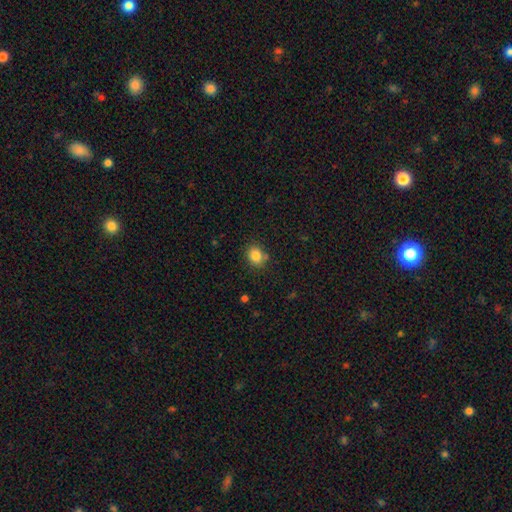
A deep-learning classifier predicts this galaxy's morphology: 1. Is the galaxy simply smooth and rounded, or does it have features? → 84% smooth, 10% star or artifact, 6% featured or disk.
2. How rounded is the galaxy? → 60% round, 39% in between, 1% cigar-shaped.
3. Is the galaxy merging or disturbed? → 78% none, 14% minor disturbance, 5% merger, 3% major disturbance.